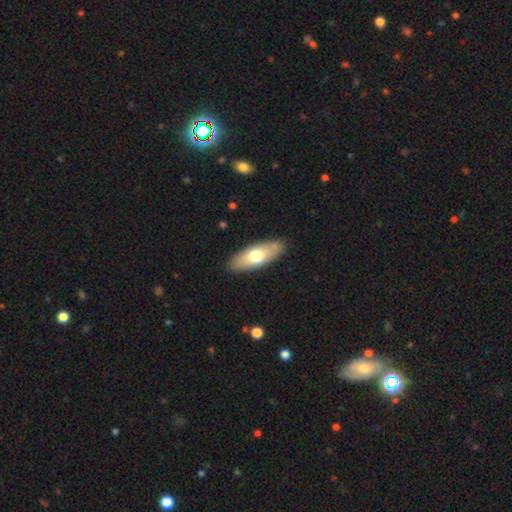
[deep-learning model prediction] Q: Smooth or featured?
A: smooth (63%); runner-up: featured or disk (32%)
Q: How rounded?
A: in between (71%); runner-up: cigar-shaped (27%)
Q: Merging?
A: none (88%); runner-up: minor disturbance (9%)